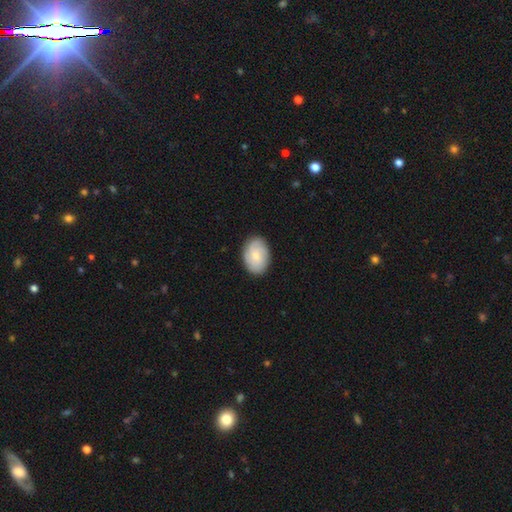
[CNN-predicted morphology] Smooth or featured? smooth (61%)
How rounded? in between (81%)
Merging? none (85%)